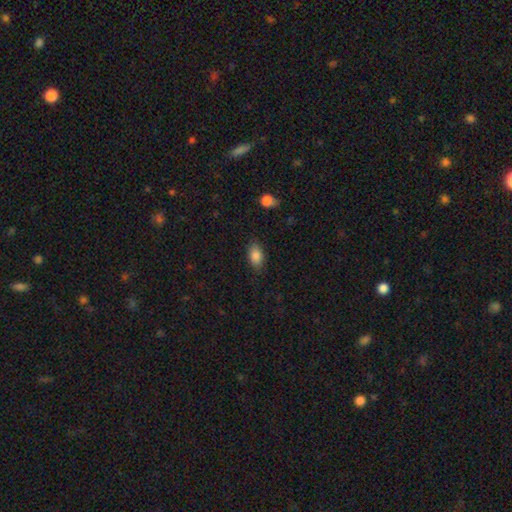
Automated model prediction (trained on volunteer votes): Smooth or featured: smooth — 86% (star or artifact — 8%)
How rounded: in between — 89% (round — 9%)
Merging: none — 82% (minor disturbance — 13%)